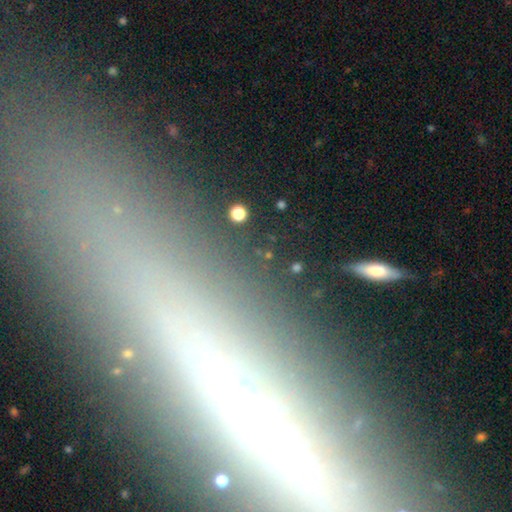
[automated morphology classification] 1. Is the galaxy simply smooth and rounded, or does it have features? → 44% star or artifact, 28% smooth, 28% featured or disk.